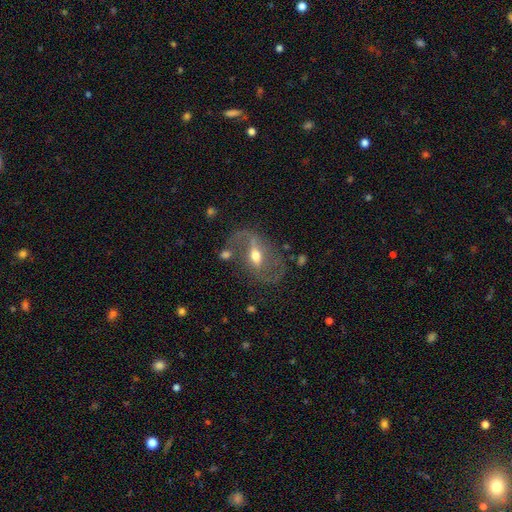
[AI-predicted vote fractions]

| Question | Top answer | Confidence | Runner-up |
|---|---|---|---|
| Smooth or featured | featured or disk | 75% | smooth (18%) |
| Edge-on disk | no | 88% | yes (12%) |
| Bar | strong | 43% | weak (37%) |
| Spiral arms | yes | 69% | no (31%) |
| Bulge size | moderate | 71% | small (17%) |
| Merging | none | 54% | major disturbance (19%) |